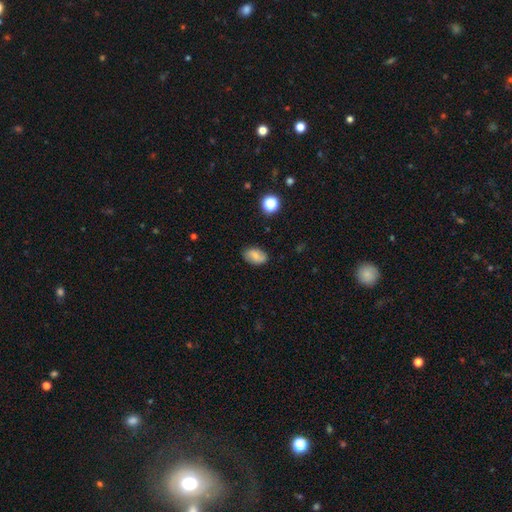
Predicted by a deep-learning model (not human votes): This is likely a smooth galaxy (67%). How rounded: clearly in between (87%). Merging: clearly none (82%).